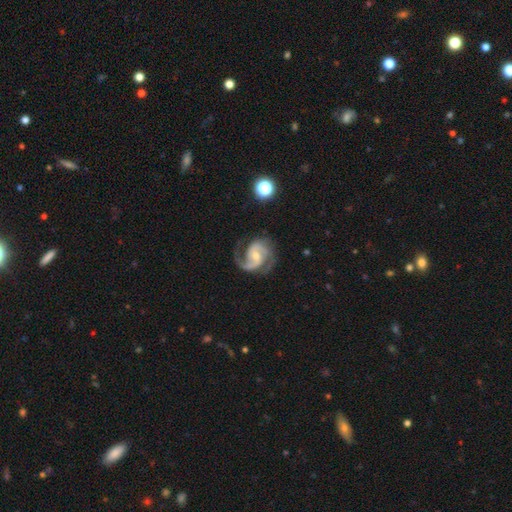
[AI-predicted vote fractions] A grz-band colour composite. It shows a featured or disk galaxy (91%) with no bar (46%), 2 (81%) medium (58%) spiral arms (98%) and a small central bulge (50%). Merging: none (70%).